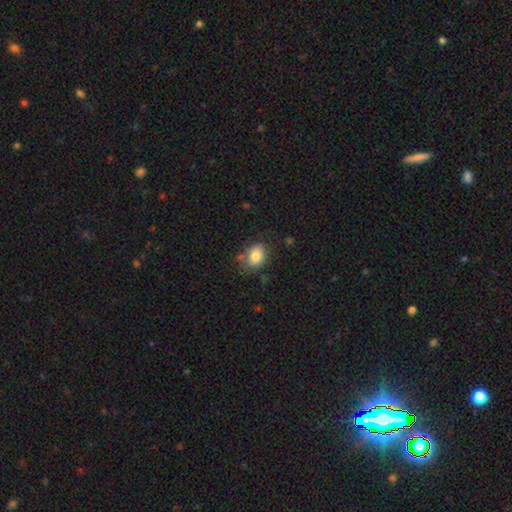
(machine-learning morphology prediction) A smooth galaxy with no disk features (80%) that is in between round and cigar-shaped (67%).

Vote fractions:
- Smooth or featured? smooth: 80% / featured or disk: 11% / star or artifact: 9%
- How rounded? in between: 67% / round: 32% / cigar-shaped: 1%
- Merging? none: 69% / minor disturbance: 20% / major disturbance: 6% / merger: 5%